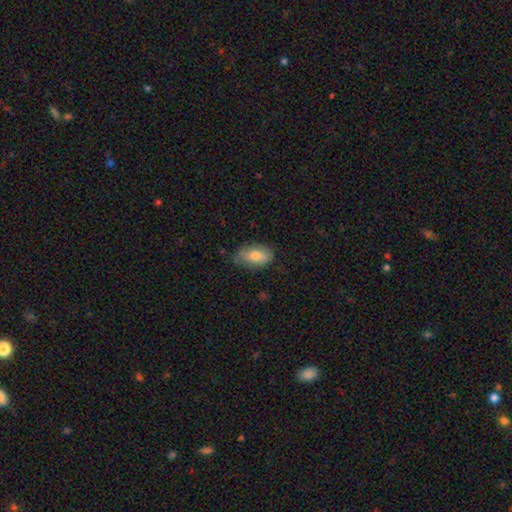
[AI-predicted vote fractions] Smooth or featured: smooth — 75% (featured or disk — 18%)
How rounded: in between — 91% (round — 5%)
Merging: none — 69% (minor disturbance — 25%)